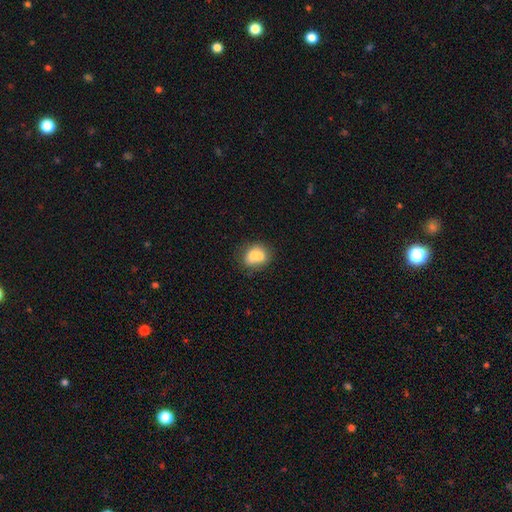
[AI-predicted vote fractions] Overall: smooth (68%). How rounded: round (52%; in between 47%). Merging: merger (52%; none 33%).